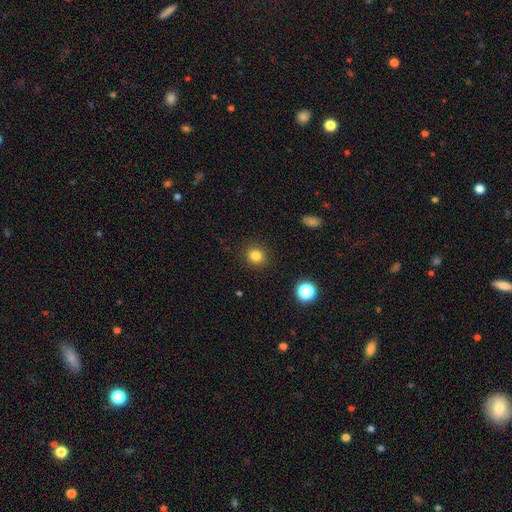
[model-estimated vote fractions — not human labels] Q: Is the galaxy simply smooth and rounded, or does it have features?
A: smooth — 82%.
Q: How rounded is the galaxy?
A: round — 85%.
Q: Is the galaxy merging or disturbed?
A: none — 90%.